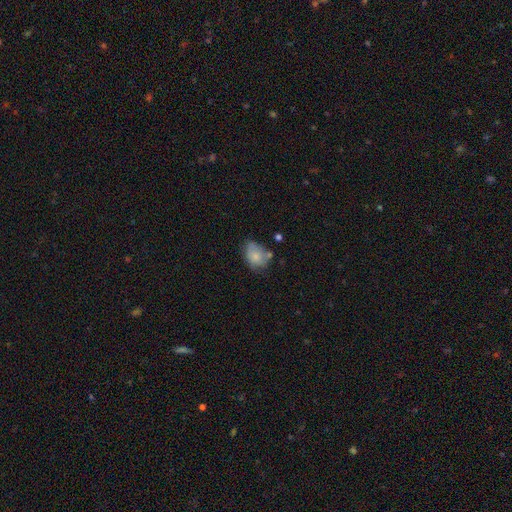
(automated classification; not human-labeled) Smooth or featured? Predicted: smooth (p=0.75). How rounded? Predicted: in between (p=0.63). Merging? Predicted: none (p=0.48).